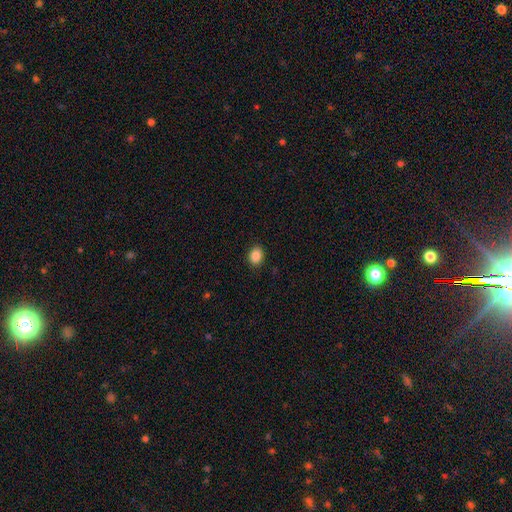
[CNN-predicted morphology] Smooth or featured?
  - smooth: 88% *
  - star or artifact: 9%
  - featured or disk: 3%
How rounded?
  - in between: 56% *
  - round: 43%
  - cigar-shaped: 1%
Merging?
  - none: 89% *
  - minor disturbance: 8%
  - major disturbance: 2%
  - merger: 1%